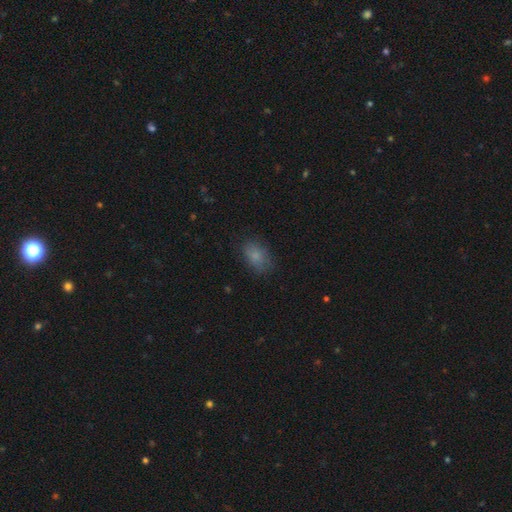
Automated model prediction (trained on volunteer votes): This is clearly a smooth galaxy (82%). How rounded: clearly in between (82%). Merging: likely none (77%).